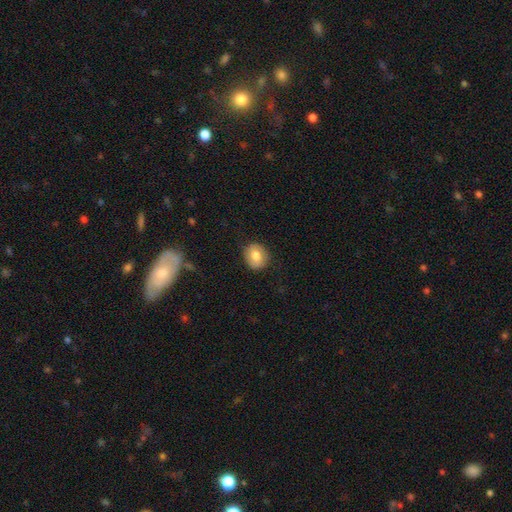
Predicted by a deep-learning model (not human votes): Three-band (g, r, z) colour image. It shows a smooth galaxy with no disk features (75%) that is round (66%). Merging: none (84%).